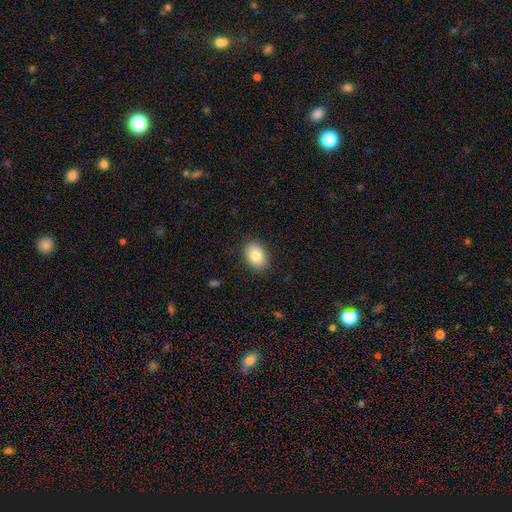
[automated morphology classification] This appears to be a smooth galaxy with no disk features (83%) that is in between round and cigar-shaped (81%). Merging: none (88%).